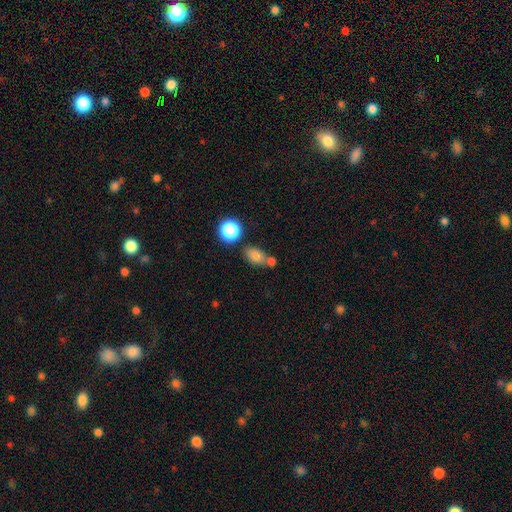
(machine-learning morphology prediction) Smooth or featured? smooth (79%)
How rounded? in between (80%)
Merging? none (56%)